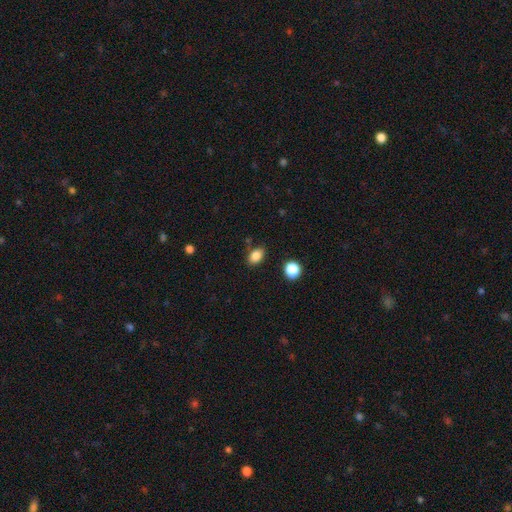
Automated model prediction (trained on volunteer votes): Overall: smooth (85%). How rounded: in between (83%). Merging: none (82%).